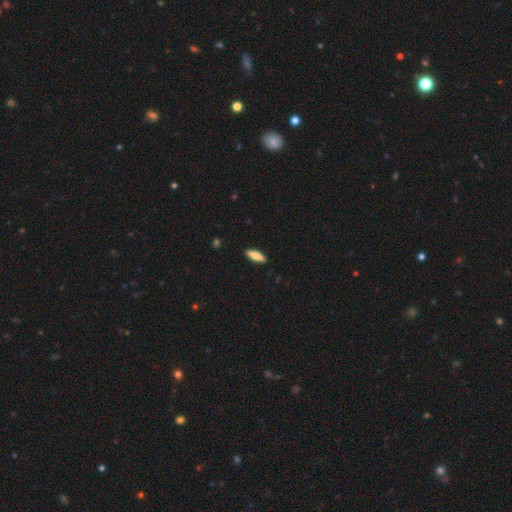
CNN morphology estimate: This appears to be a smooth galaxy with no disk features (80%) that is cigar-shaped (52%). Merging: none (90%).